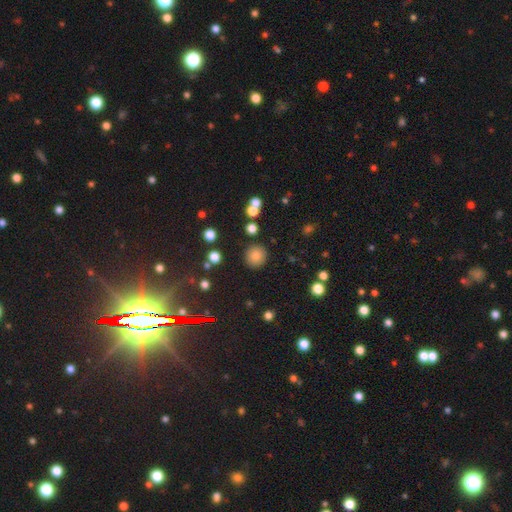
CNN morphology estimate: A smooth galaxy with no disk features (81%) that is round (93%). Merging: none (89%).